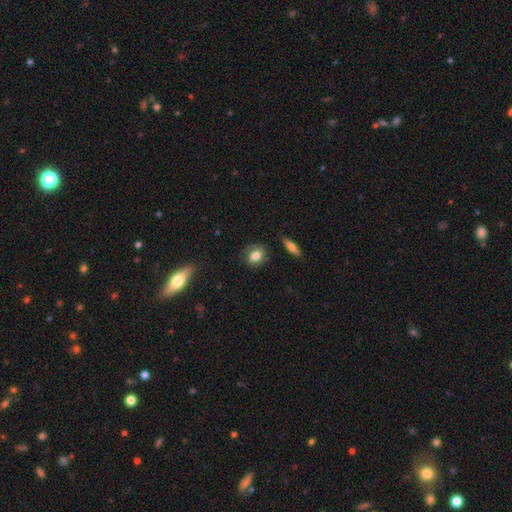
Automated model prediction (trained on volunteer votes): Q: Smooth or featured?
A: smooth (66%); runner-up: featured or disk (26%)
Q: How rounded?
A: in between (61%); runner-up: round (36%)
Q: Merging?
A: none (74%); runner-up: minor disturbance (17%)